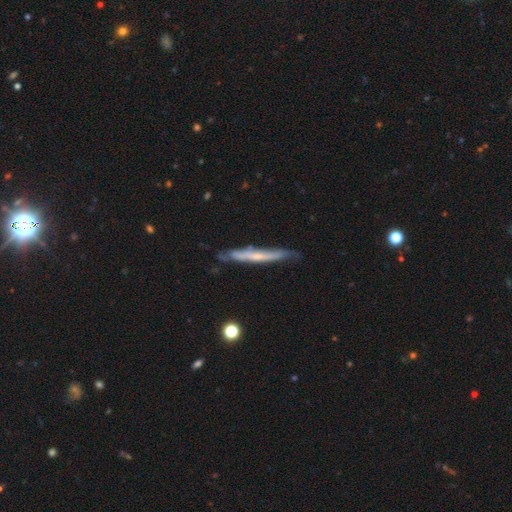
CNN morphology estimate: Q: Smooth or featured?
A: featured or disk (55%); runner-up: smooth (39%)
Q: Edge-on disk?
A: yes (89%); runner-up: no (11%)
Q: Merging?
A: none (72%); runner-up: minor disturbance (22%)